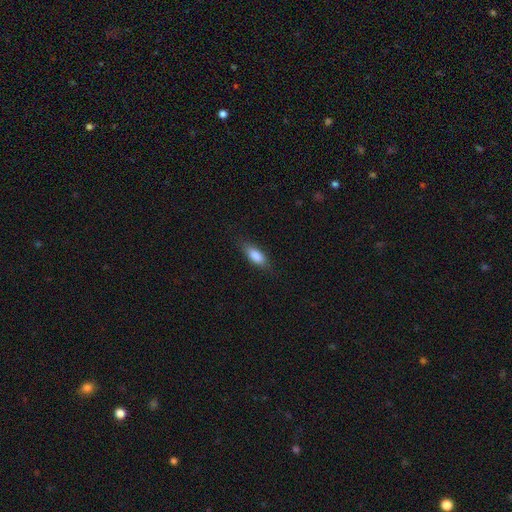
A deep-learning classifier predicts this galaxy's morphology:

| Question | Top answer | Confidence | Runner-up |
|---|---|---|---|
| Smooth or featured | smooth | 84% | featured or disk (10%) |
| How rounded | in between | 74% | cigar-shaped (23%) |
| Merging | none | 79% | minor disturbance (16%) |